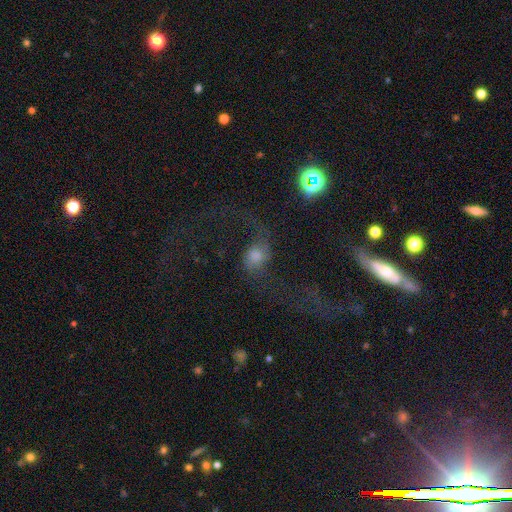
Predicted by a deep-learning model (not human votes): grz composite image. It shows a featured or disk galaxy (57%) with no bar (66%), spiral arms (84%) and a moderate central bulge (43%). Merging: none (43%).